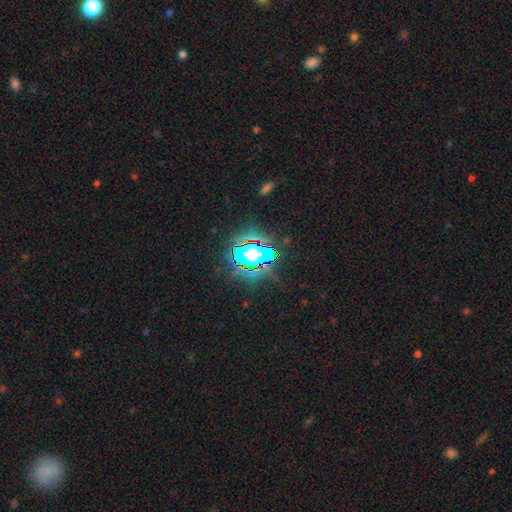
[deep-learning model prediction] Q: Smooth or featured?
A: star or artifact (74%); runner-up: smooth (15%)